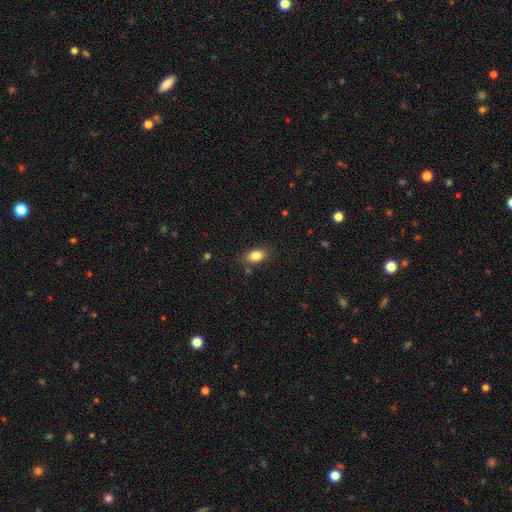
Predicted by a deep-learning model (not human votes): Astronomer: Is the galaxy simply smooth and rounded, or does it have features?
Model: smooth — 83%.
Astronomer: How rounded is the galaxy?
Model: in between — 85%.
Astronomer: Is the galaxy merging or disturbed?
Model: none — 83%.